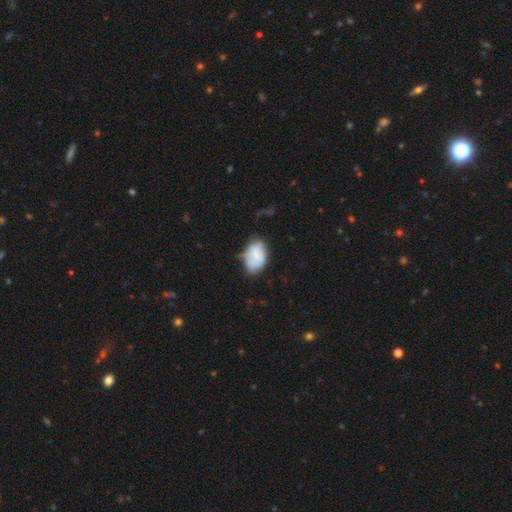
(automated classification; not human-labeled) Overall: smooth (68%). How rounded: in between (87%). Merging: none (47%; minor disturbance 35%).